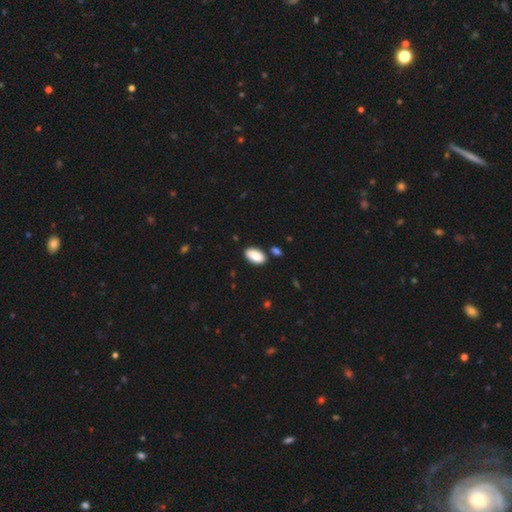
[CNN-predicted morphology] This is clearly a smooth galaxy (87%). How rounded: clearly in between (95%). Merging: clearly none (84%).